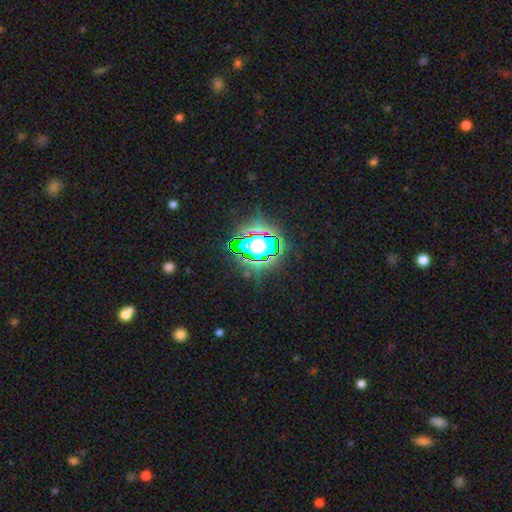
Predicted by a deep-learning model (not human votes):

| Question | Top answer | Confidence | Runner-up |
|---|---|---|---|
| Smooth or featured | star or artifact | 79% | smooth (12%) |